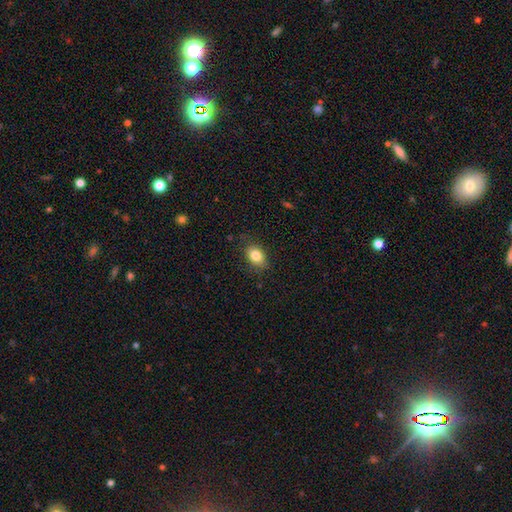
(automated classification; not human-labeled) Smooth or featured: smooth — 84% (star or artifact — 9%)
How rounded: in between — 78% (round — 21%)
Merging: none — 83% (minor disturbance — 13%)